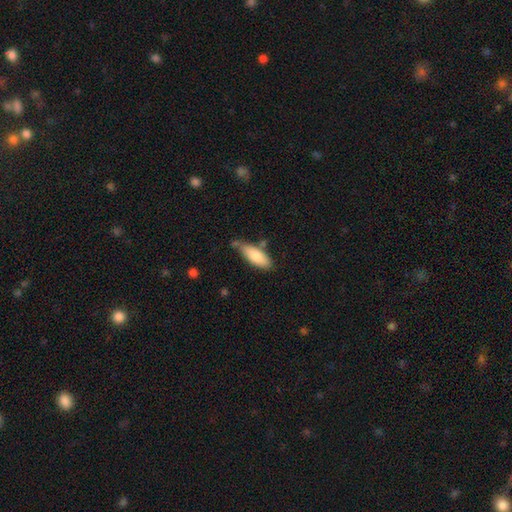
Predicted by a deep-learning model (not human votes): Overall: smooth (79%). How rounded: in between (72%). Merging: none (56%; minor disturbance 28%).